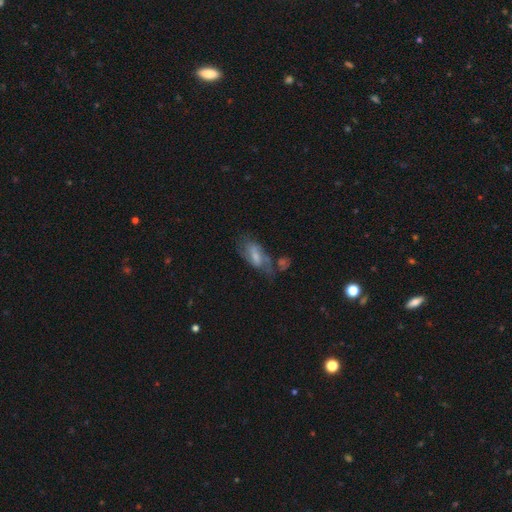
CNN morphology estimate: smooth_or_featured: featured or disk (p=0.54) [alt: smooth p=0.37]
disk_edge_on: no (p=0.92) [alt: yes p=0.08]
merging: none (p=0.43) [alt: minor disturbance p=0.24]